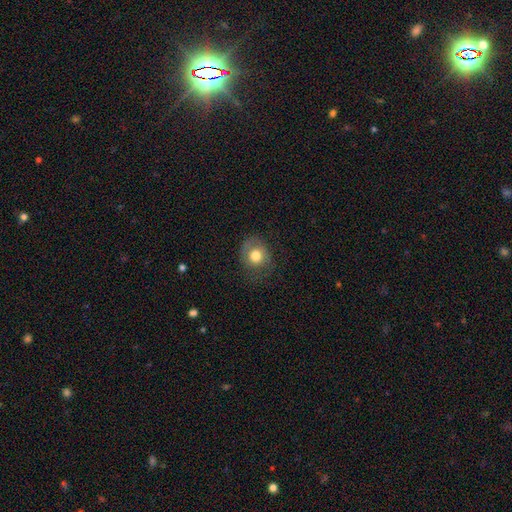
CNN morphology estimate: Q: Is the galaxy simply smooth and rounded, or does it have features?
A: smooth — 70%.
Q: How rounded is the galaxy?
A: round — 75%.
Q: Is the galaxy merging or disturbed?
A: none — 64%.